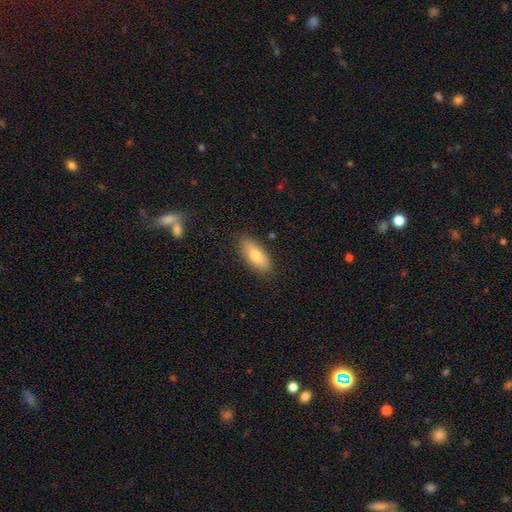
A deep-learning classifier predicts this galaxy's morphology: type=smooth (76%); roundness=in between (80%); merging=none (85%).